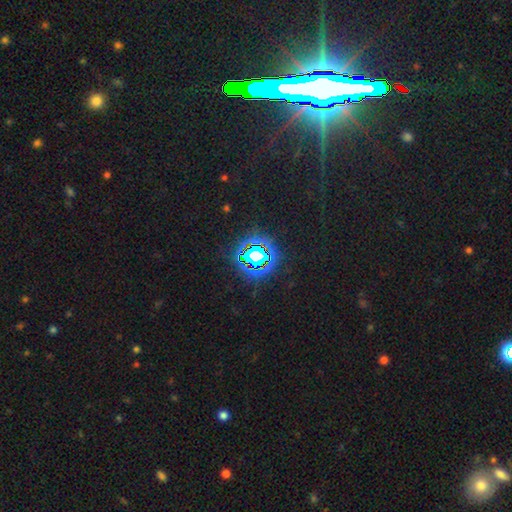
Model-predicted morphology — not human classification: The model was most divided on "smooth or featured": star or artifact: 77%, smooth: 13%, featured or disk: 11%.